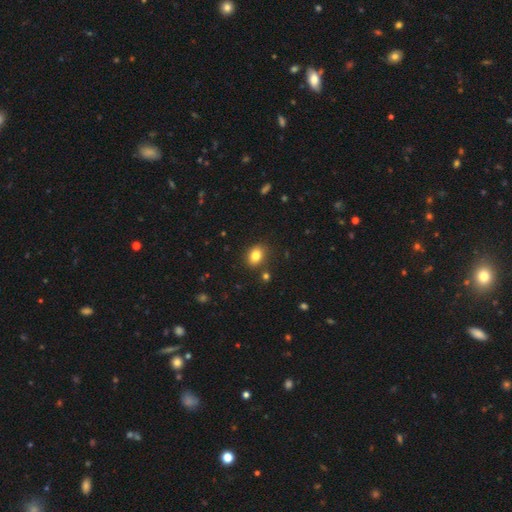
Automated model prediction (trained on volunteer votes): Q: Smooth or featured?
A: smooth (81%); runner-up: star or artifact (11%)
Q: How rounded?
A: in between (61%); runner-up: round (38%)
Q: Merging?
A: none (83%); runner-up: minor disturbance (11%)